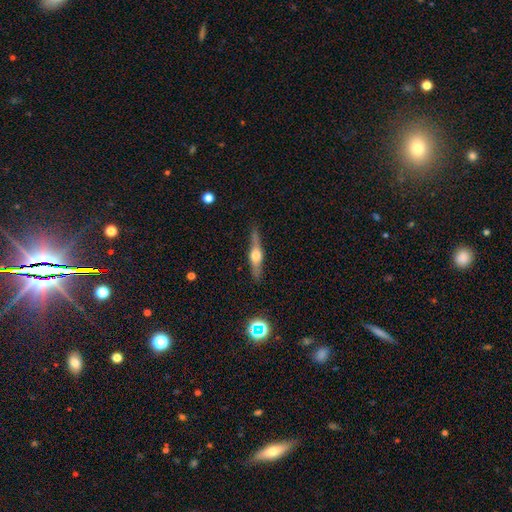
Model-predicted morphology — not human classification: smooth-or-featured: featured or disk: 68% | smooth: 26% | star or artifact: 6%
  disk-edge-on: yes: 96% | no: 4%
    edge-on-bulge: rounded: 93% | boxy: 5% | none: 2%
  merging: none: 85% | minor disturbance: 11% | major disturbance: 2% | merger: 1%